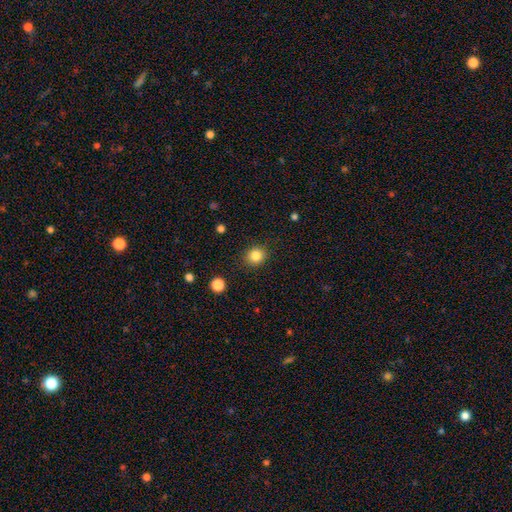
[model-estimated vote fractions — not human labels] A smooth galaxy with no disk features (84%) that is round (80%).

Vote fractions:
- Smooth or featured? smooth: 84% / star or artifact: 11% / featured or disk: 5%
- How rounded? round: 80% / in between: 19% / cigar-shaped: 1%
- Merging? none: 88% / minor disturbance: 8% / major disturbance: 3% / merger: 1%